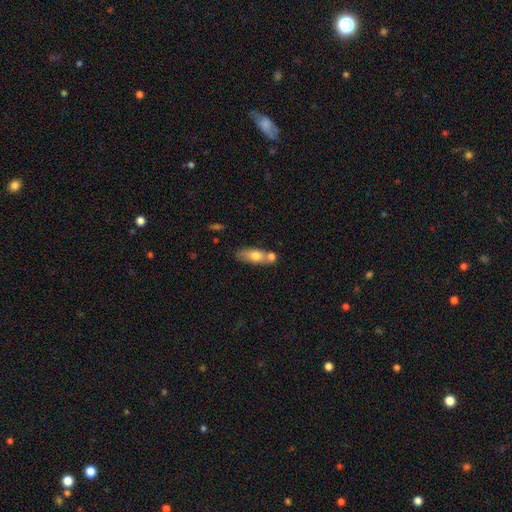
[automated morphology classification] A smooth galaxy with no disk features (68%) that is in between round and cigar-shaped (66%). Merging: none (50%).